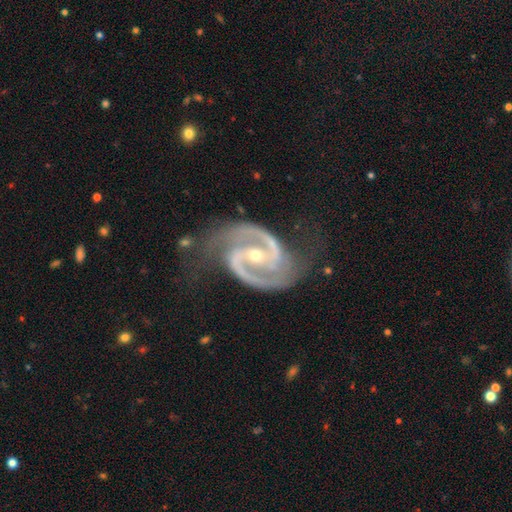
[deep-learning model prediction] smooth-or-featured: featured or disk: 94% | star or artifact: 4% | smooth: 2%
  disk-edge-on: no: 98% | yes: 2%
    bar: strong: 38% | weak: 35% | no: 27%
    has-spiral-arms: yes: 99% | no: 1%
      spiral-winding: medium: 63% | tight: 25% | loose: 12%
      spiral-arm-count: 2: 94% | 3: 2% | can't tell: 1% | 1: 1% | 4: 1% | more than 4: 1%
    bulge-size: small: 60% | moderate: 37% | large: 1% | none: 1% | dominant: 1%
  merging: none: 66% | minor disturbance: 21% | major disturbance: 11% | merger: 2%